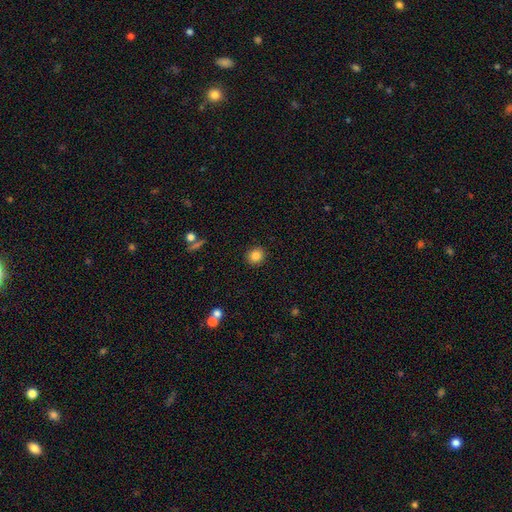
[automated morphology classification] A smooth galaxy with no disk features (85%) that is round (86%).

Vote fractions:
- Smooth or featured? smooth: 85% / star or artifact: 10% / featured or disk: 5%
- How rounded? round: 86% / in between: 13% / cigar-shaped: 1%
- Merging? none: 91% / minor disturbance: 6% / major disturbance: 2% / merger: 1%